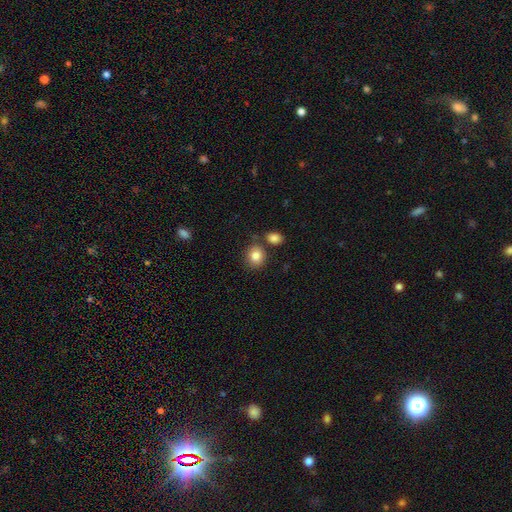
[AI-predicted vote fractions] Morphology: type=smooth (83%); roundness=round (72%); merging=none (72%).